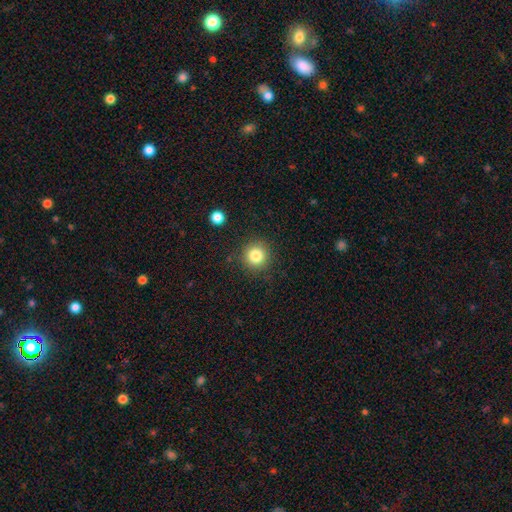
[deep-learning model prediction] This appears to be a smooth galaxy with no disk features (83%) that is round (94%). Merging: none (88%).